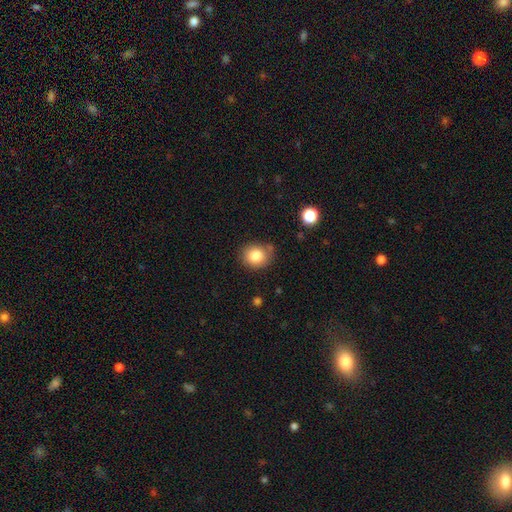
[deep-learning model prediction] The model was most divided on "how rounded": round: 73%, in between: 26%, cigar-shaped: 1%. More confident: smooth or featured — smooth (83%); merging — none (77%).